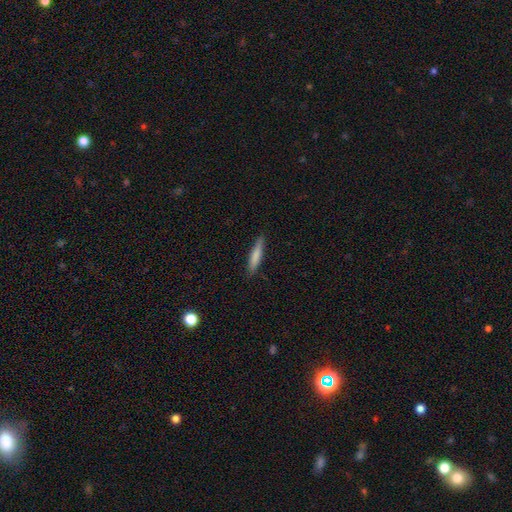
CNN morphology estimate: This is likely a smooth galaxy (76%). How rounded: clearly cigar-shaped (89%). Merging: clearly none (88%).